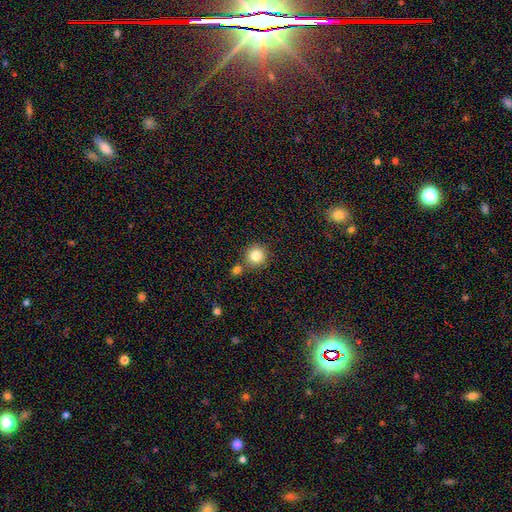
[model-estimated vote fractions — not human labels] A smooth galaxy with no disk features (84%) that is round (94%). Merging: none (77%).